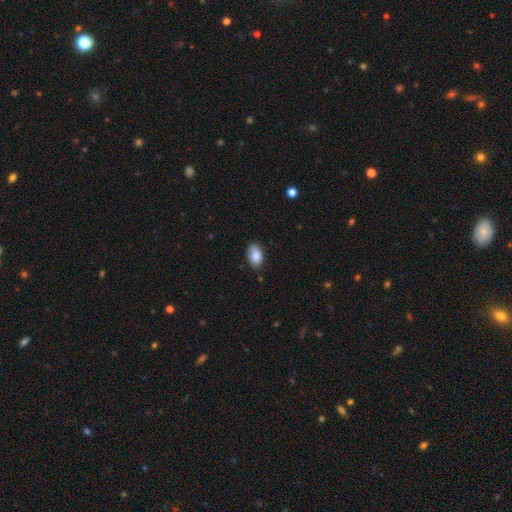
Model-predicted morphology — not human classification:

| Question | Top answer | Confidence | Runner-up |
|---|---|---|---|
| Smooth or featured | smooth | 87% | star or artifact (7%) |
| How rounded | in between | 92% | round (6%) |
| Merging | none | 75% | minor disturbance (20%) |